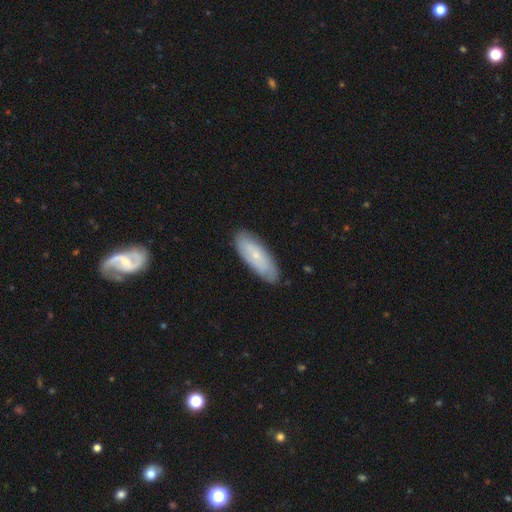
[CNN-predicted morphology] The model was most divided on "smooth or featured": smooth: 57%, featured or disk: 37%, star or artifact: 6%. More confident: merging — none (83%); how rounded — in between (66%).